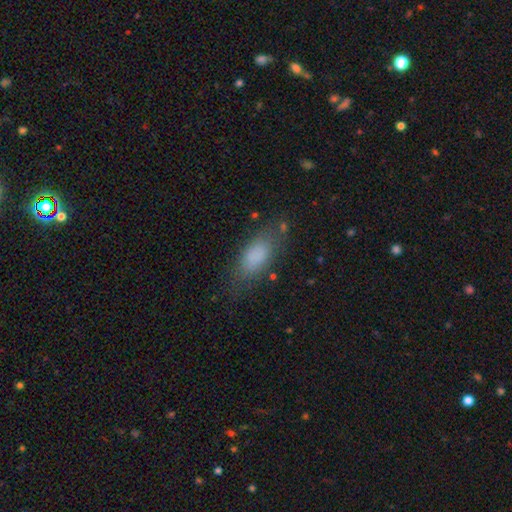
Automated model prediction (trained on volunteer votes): A smooth galaxy with no disk features (81%) that is in between round and cigar-shaped (80%). Merging: none (75%).